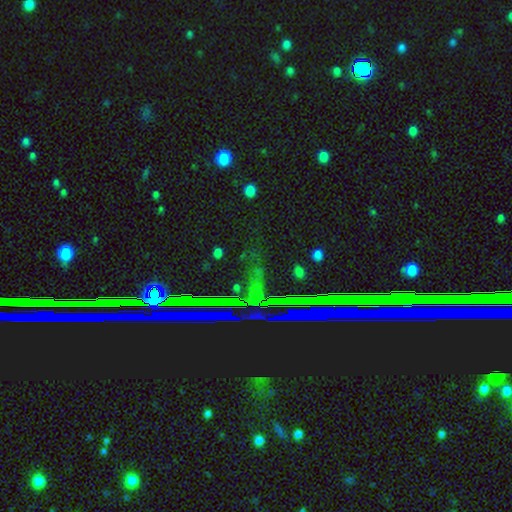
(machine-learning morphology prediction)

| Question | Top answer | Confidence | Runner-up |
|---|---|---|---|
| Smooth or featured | star or artifact | 75% | smooth (13%) |